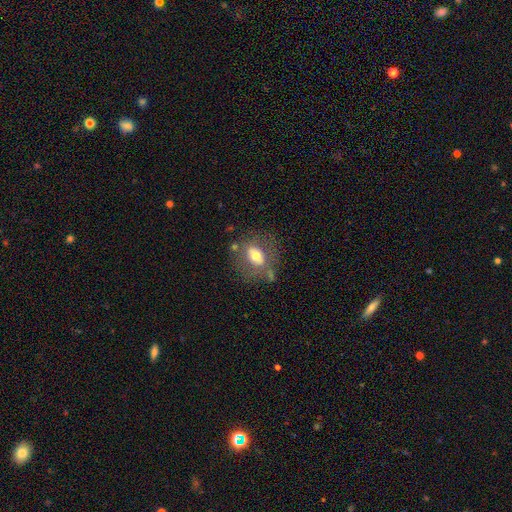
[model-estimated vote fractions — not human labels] smooth 59%, featured or disk 32%, star or artifact 10%. Down the decision tree: how rounded — in between (60%); merging — none (61%).